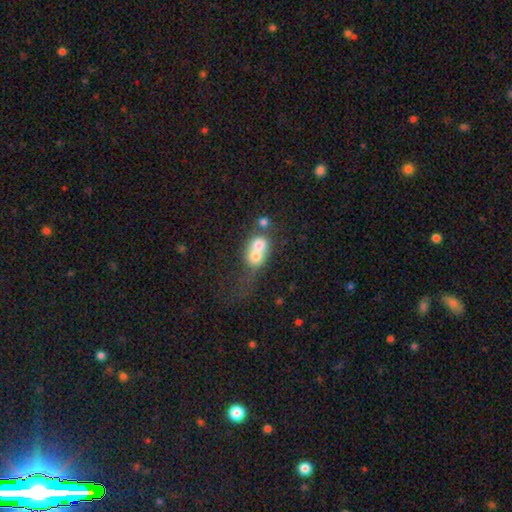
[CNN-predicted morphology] smooth-or-featured: smooth: 64% | featured or disk: 26% | star or artifact: 10%
  how-rounded: round: 59% | in between: 39% | cigar-shaped: 2%
  merging: merger: 74% | none: 16% | minor disturbance: 5% | major disturbance: 5%